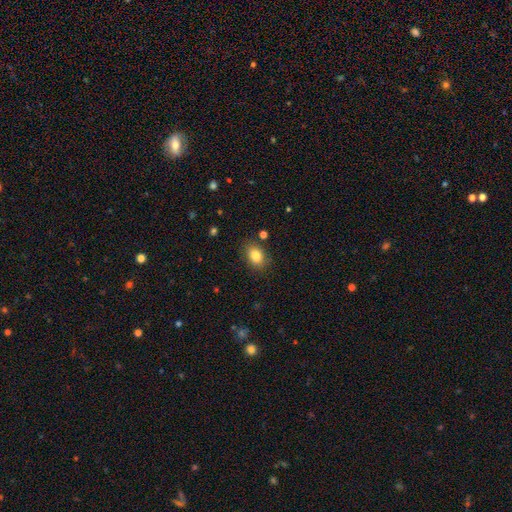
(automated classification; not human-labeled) This is clearly a smooth galaxy (83%). How rounded: likely in between (70%). Merging: clearly none (83%).